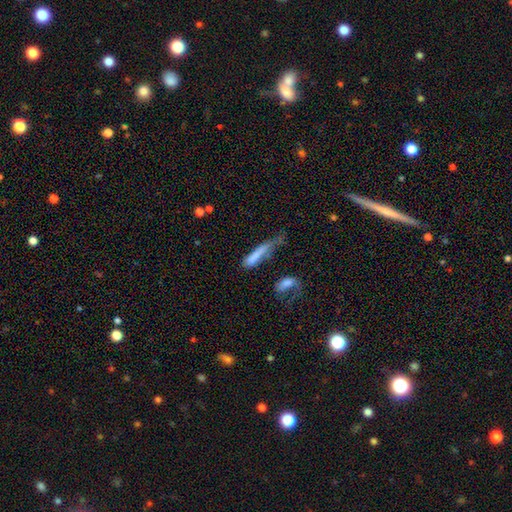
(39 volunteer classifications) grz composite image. It shows a smooth galaxy with no disk features (64%) that is cigar-shaped (68%). Merging: minor disturbance (37%).